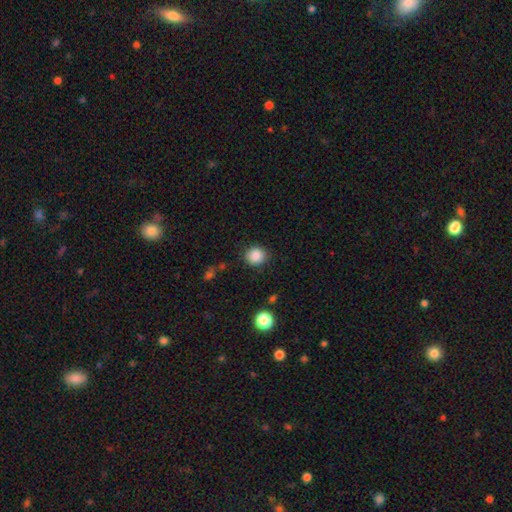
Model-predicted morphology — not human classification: A smooth galaxy with no disk features (86%) that is round (84%). Merging: none (86%).